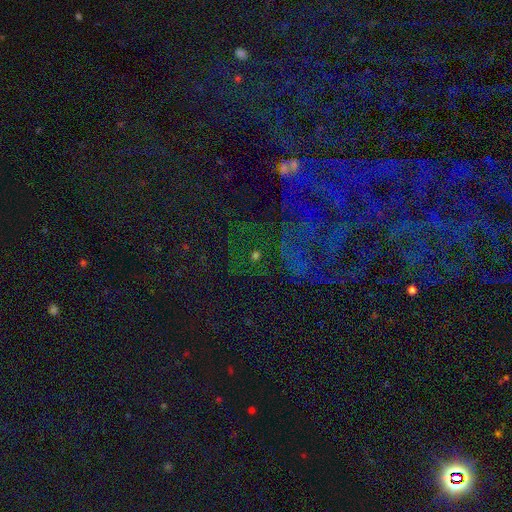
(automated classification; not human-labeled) This is likely a star or artifact rather than a galaxy (65%).